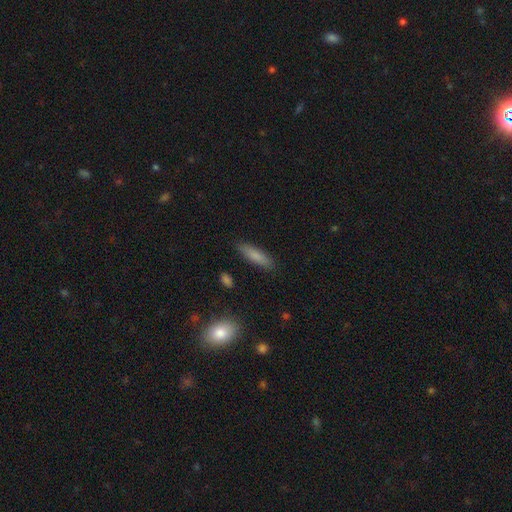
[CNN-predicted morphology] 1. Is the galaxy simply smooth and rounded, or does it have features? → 83% smooth, 10% featured or disk, 7% star or artifact.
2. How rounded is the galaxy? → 69% cigar-shaped, 30% in between, 2% round.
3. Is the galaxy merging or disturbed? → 87% none, 9% minor disturbance, 2% major disturbance, 2% merger.